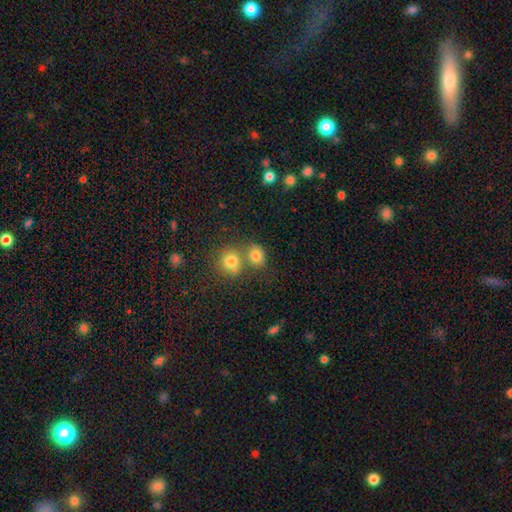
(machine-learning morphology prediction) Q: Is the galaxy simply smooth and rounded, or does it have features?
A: smooth — 78%.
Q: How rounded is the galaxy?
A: round — 61%.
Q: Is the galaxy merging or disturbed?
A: none — 53%.